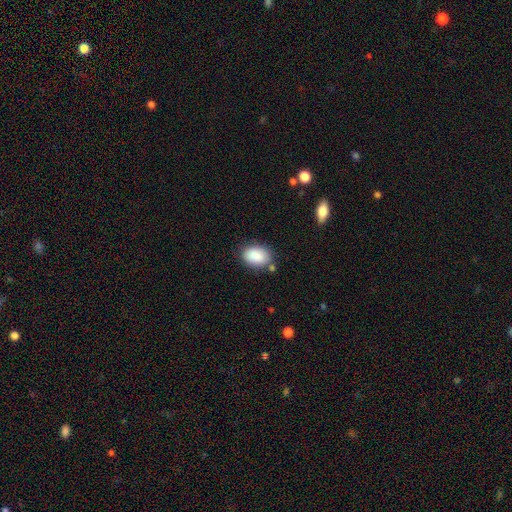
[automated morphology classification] Smooth or featured: smooth — 88% (star or artifact — 7%)
How rounded: in between — 84% (round — 15%)
Merging: none — 74% (minor disturbance — 16%)